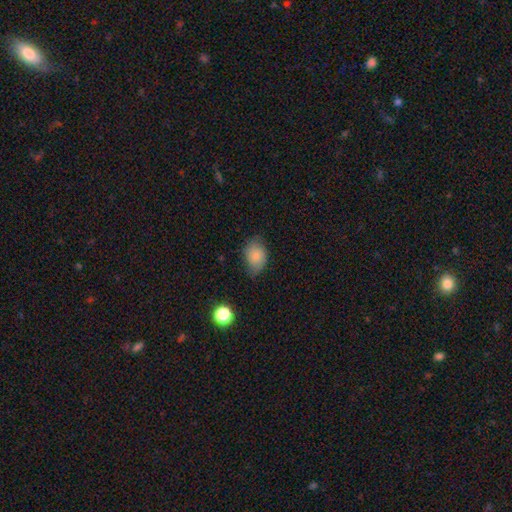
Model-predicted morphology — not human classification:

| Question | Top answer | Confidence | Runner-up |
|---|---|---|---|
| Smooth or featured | smooth | 77% | featured or disk (15%) |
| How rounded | in between | 76% | round (23%) |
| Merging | none | 63% | minor disturbance (28%) |